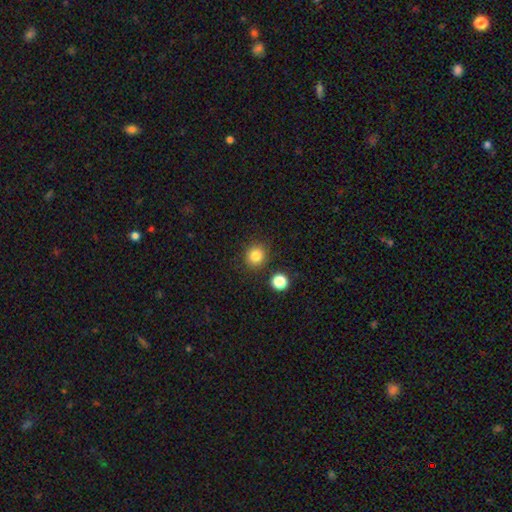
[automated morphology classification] Overall: smooth (83%). How rounded: round (89%). Merging: none (86%).